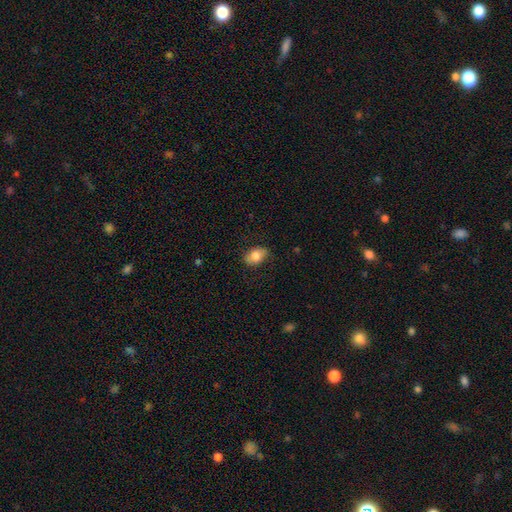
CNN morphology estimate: smooth 81%, featured or disk 11%, star or artifact 8%. Down the decision tree: how rounded — in between (82%); merging — none (77%).